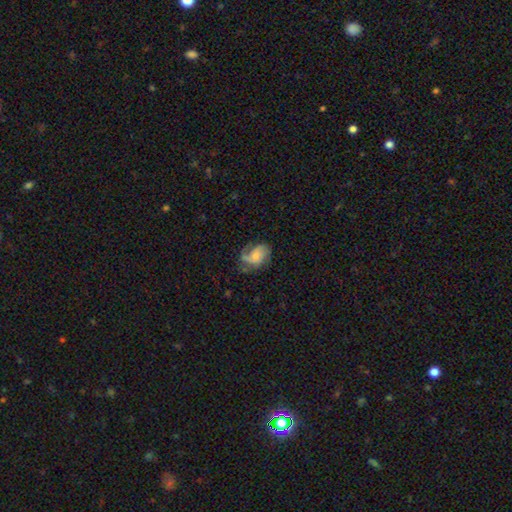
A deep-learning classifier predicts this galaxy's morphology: Smooth or featured: featured or disk — 60% (smooth — 31%)
Edge-on disk: no — 97% (yes — 3%)
Bar: no — 67% (weak — 27%)
Spiral arms: yes — 87% (no — 13%)
Spiral winding: medium — 41% (loose — 34%)
Spiral arm count: 2 — 43% (1 — 24%)
Bulge size: small — 52% (moderate — 36%)
Merging: none — 52% (minor disturbance — 26%)